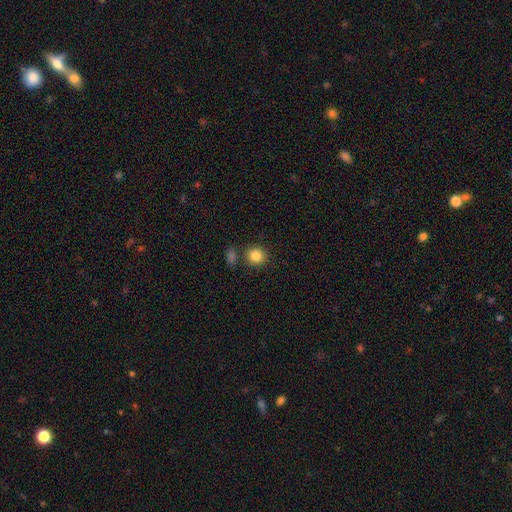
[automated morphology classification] smooth_or_featured: smooth (p=0.85) [alt: star or artifact p=0.10]
how_rounded: round (p=0.87) [alt: in between p=0.12]
merging: none (p=0.78) [alt: merger p=0.10]